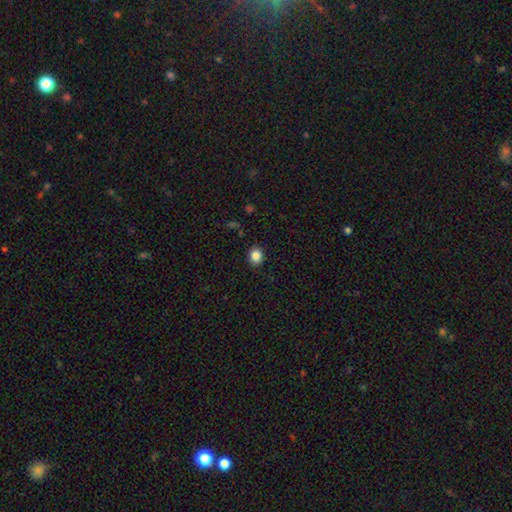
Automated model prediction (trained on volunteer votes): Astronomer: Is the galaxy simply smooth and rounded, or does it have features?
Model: smooth — 85%.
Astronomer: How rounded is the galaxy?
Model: round — 63%.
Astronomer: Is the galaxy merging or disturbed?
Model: none — 90%.